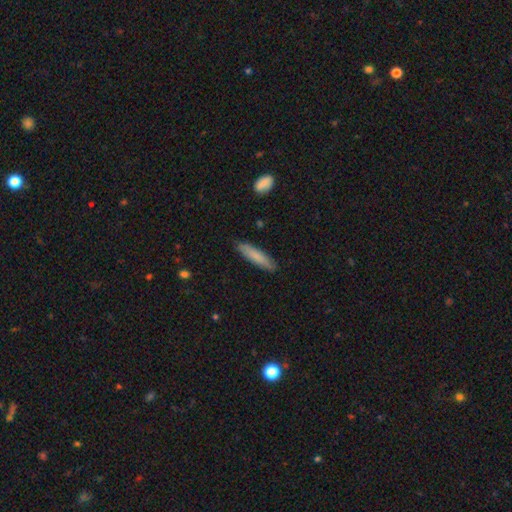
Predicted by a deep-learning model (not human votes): The model was most divided on "smooth or featured": smooth: 79%, featured or disk: 15%, star or artifact: 6%. More confident: merging — none (88%); how rounded — cigar-shaped (84%).